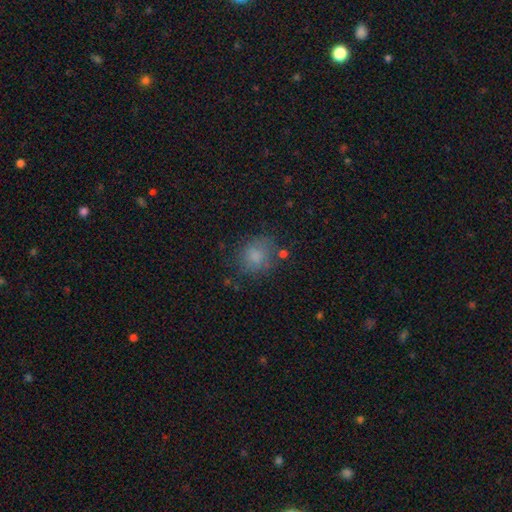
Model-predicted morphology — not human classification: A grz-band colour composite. It shows a smooth galaxy with no disk features (77%) that is round (71%). Merging: none (69%).